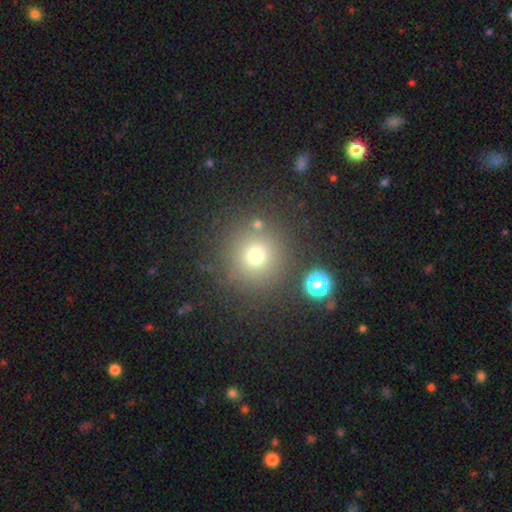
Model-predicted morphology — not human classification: Smooth or featured? Predicted: smooth (p=0.72). How rounded? Predicted: round (p=0.94). Merging? Predicted: none (p=0.83).